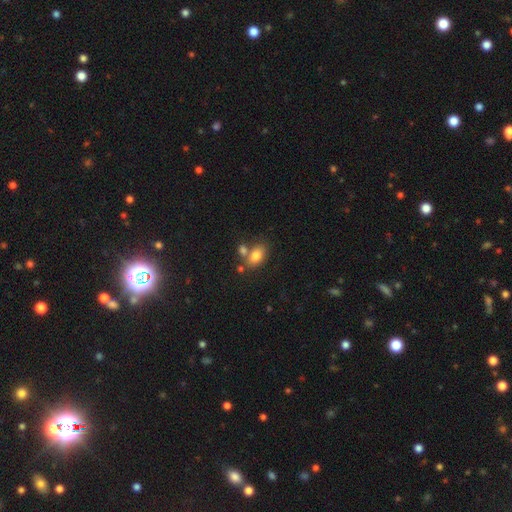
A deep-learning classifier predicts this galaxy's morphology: Q: Smooth or featured?
A: smooth (80%); runner-up: featured or disk (10%)
Q: How rounded?
A: in between (85%); runner-up: round (14%)
Q: Merging?
A: none (56%); runner-up: merger (26%)